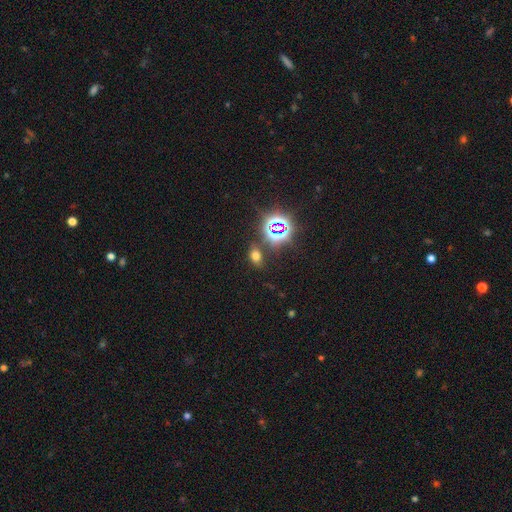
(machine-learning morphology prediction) A smooth galaxy with no disk features (55%) that is in between round and cigar-shaped (74%).

Vote fractions:
- Smooth or featured? smooth: 55% / star or artifact: 36% / featured or disk: 9%
- How rounded? in between: 74% / round: 23% / cigar-shaped: 2%
- Merging? none: 77% / minor disturbance: 13% / merger: 6% / major disturbance: 5%